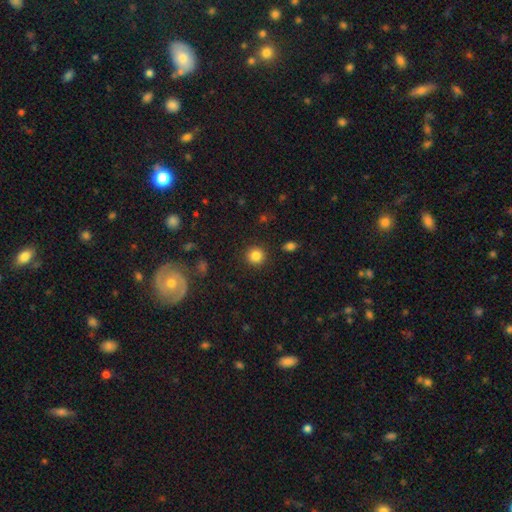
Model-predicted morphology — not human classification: Q: Smooth or featured?
A: smooth (84%); runner-up: star or artifact (10%)
Q: How rounded?
A: round (93%); runner-up: in between (7%)
Q: Merging?
A: none (91%); runner-up: minor disturbance (6%)